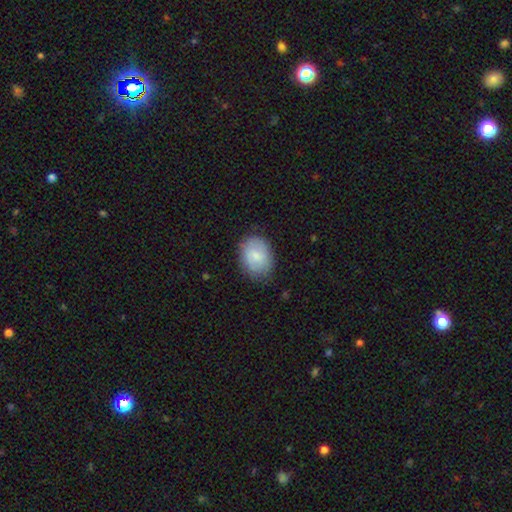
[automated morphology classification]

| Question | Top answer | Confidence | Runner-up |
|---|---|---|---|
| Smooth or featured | smooth | 68% | featured or disk (26%) |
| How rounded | in between | 62% | round (37%) |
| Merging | none | 77% | minor disturbance (17%) |